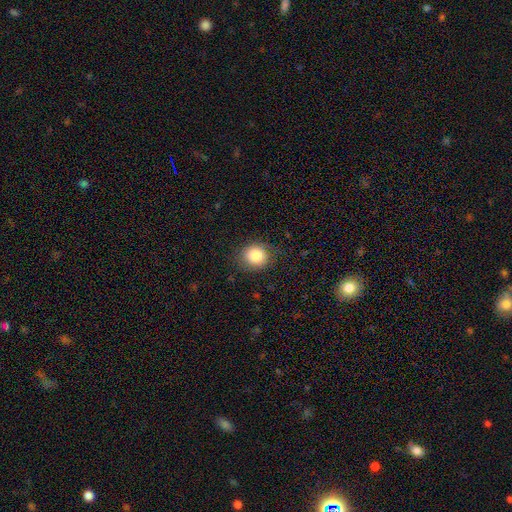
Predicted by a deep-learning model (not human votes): This is clearly a smooth galaxy (85%). How rounded: likely round (80%). Merging: clearly none (83%).